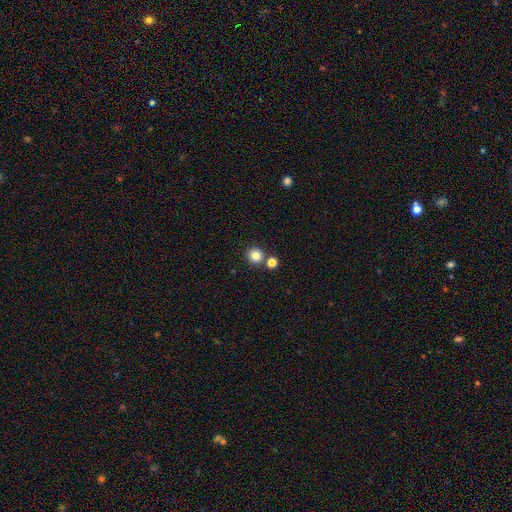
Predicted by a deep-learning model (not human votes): smooth-or-featured: smooth: 84% | star or artifact: 11% | featured or disk: 5%
  how-rounded: round: 92% | in between: 7% | cigar-shaped: 1%
  merging: none: 76% | merger: 15% | minor disturbance: 7% | major disturbance: 2%